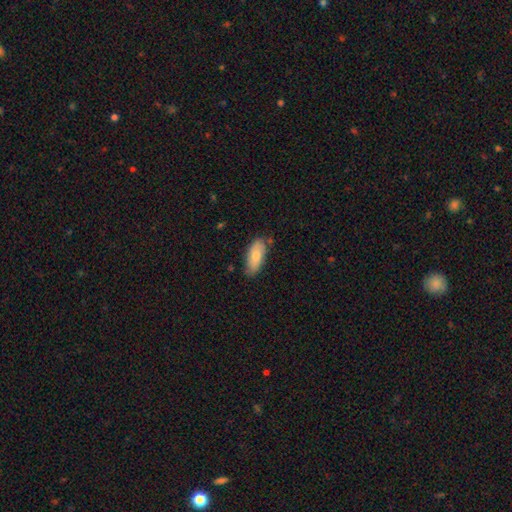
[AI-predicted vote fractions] smooth-or-featured: smooth: 77% | featured or disk: 17% | star or artifact: 6%
  how-rounded: in between: 84% | cigar-shaped: 14% | round: 2%
  merging: none: 75% | minor disturbance: 19% | major disturbance: 3% | merger: 2%